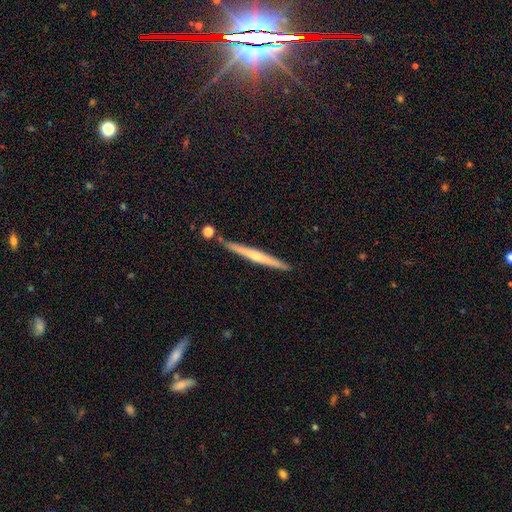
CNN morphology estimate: Overall: featured or disk (68%). Edge-on disk: yes (97%). Edge-on bulge: rounded (70%). Merging: none (85%).